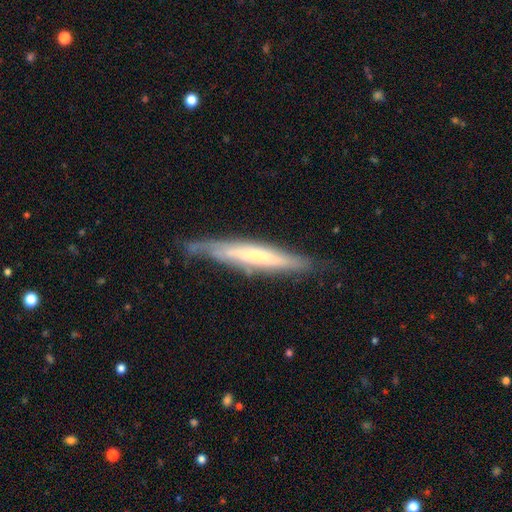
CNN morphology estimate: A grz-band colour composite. It shows a featured or disk galaxy (59%) viewed edge-on (82%). Merging: none (70%).